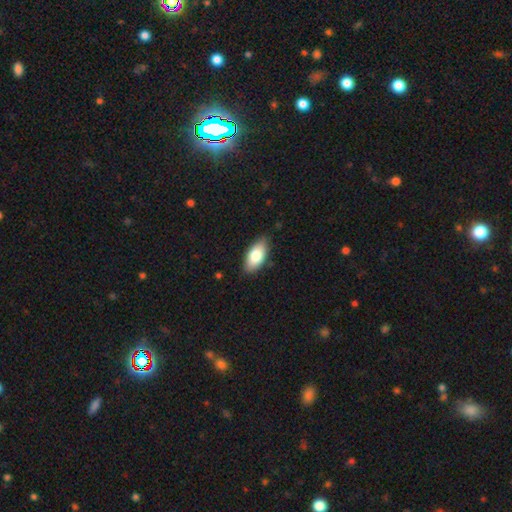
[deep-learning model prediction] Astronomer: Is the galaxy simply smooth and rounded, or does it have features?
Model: smooth — 80%.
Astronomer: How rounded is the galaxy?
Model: in between — 91%.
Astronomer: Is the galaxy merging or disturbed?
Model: none — 84%.